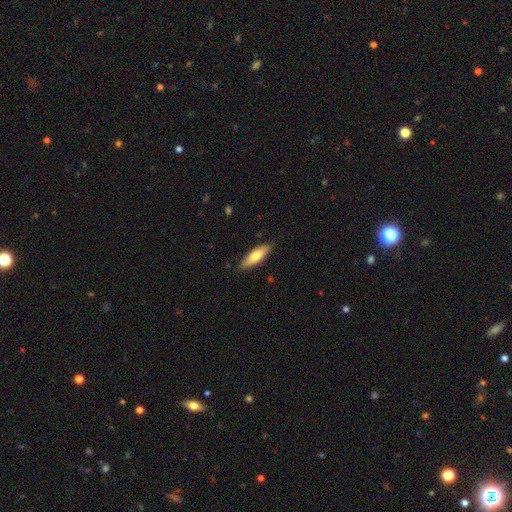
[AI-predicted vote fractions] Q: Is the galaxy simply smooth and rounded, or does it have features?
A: smooth — 69%.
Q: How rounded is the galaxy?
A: in between — 49%, tied with cigar-shaped.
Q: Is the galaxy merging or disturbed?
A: none — 87%.